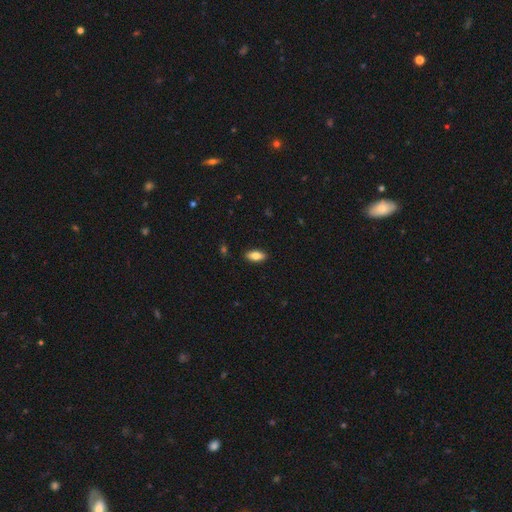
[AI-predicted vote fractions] Smooth or featured: smooth — 81% (featured or disk — 12%)
How rounded: in between — 86% (cigar-shaped — 11%)
Merging: none — 90% (minor disturbance — 8%)